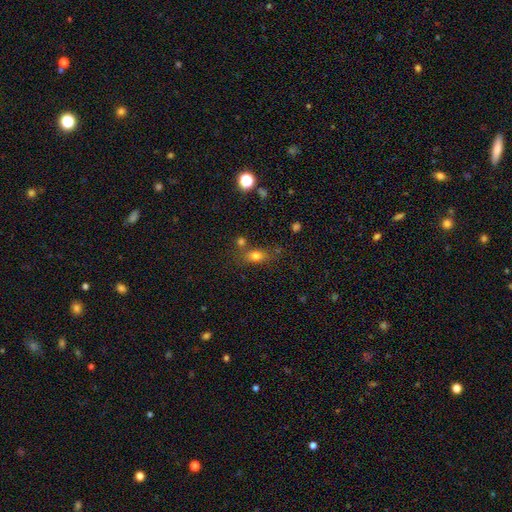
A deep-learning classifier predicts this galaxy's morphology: Smooth or featured? smooth (76%)
How rounded? in between (67%)
Merging? none (62%)